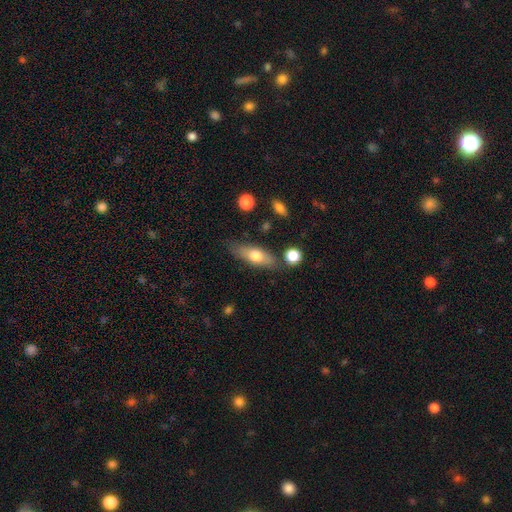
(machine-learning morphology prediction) smooth-or-featured: smooth: 65% | featured or disk: 28% | star or artifact: 6%
  how-rounded: in between: 64% | cigar-shaped: 32% | round: 4%
  merging: none: 72% | minor disturbance: 18% | merger: 5% | major disturbance: 5%